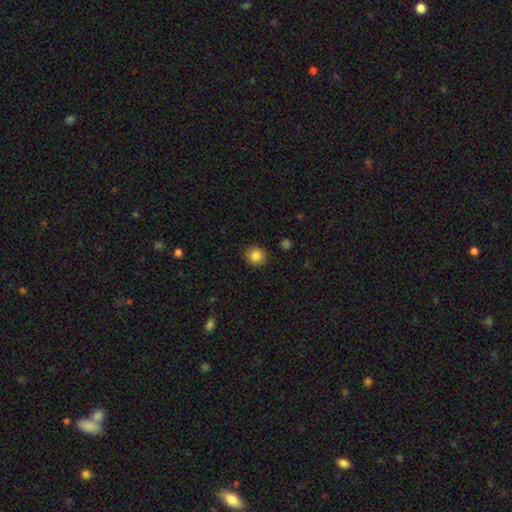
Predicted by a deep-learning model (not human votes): smooth 86%, star or artifact 10%, featured or disk 5%. Down the decision tree: how rounded — round (88%); merging — none (91%).